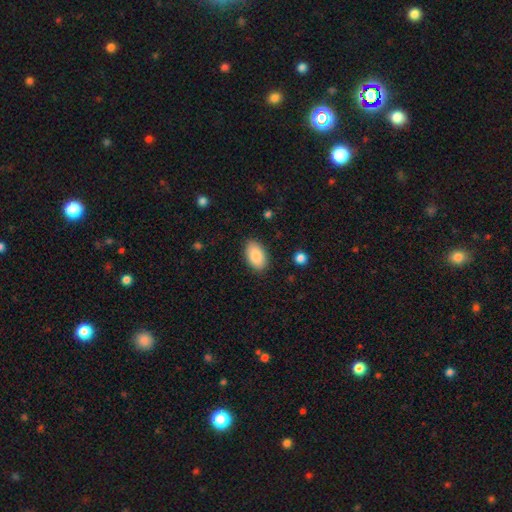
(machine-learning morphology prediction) Smooth or featured?
  - smooth: 87% *
  - featured or disk: 7%
  - star or artifact: 6%
How rounded?
  - in between: 94% *
  - round: 4%
  - cigar-shaped: 2%
Merging?
  - none: 87% *
  - minor disturbance: 10%
  - major disturbance: 2%
  - merger: 1%